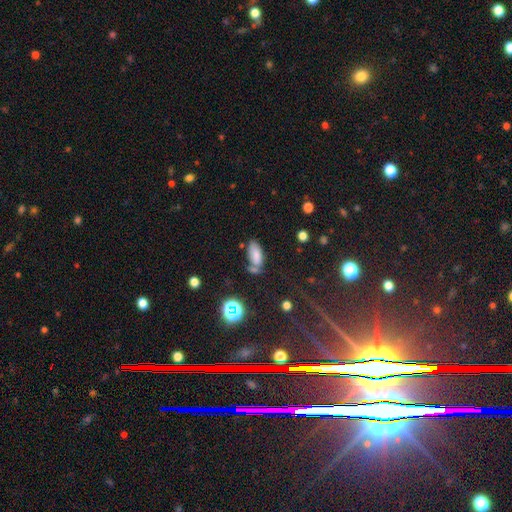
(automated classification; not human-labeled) A smooth galaxy with no disk features (75%) that is in between round and cigar-shaped (87%). Merging: none (53%).